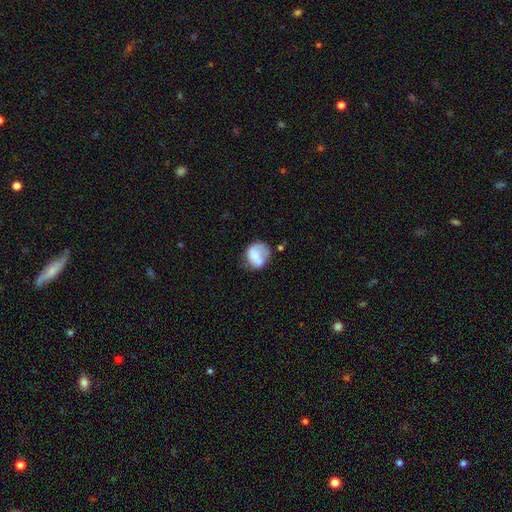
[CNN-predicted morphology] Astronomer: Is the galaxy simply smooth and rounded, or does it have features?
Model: smooth — 66%.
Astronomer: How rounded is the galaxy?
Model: round — 67%.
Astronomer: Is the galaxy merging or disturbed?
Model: none — 39% (runner-up: minor disturbance, 26%).